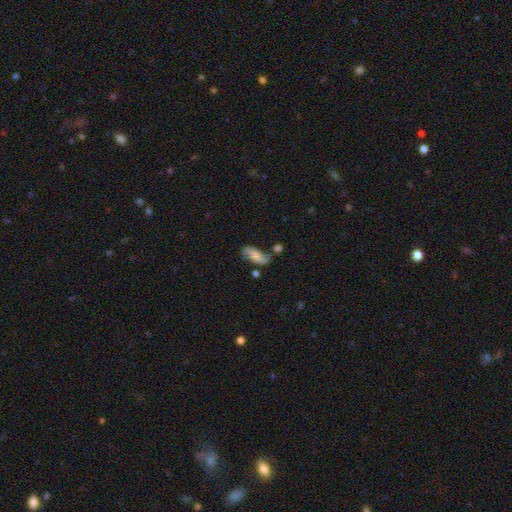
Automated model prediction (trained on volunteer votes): smooth 54%, featured or disk 38%, star or artifact 8%. Down the decision tree: how rounded — in between (82%); merging — none (55%).